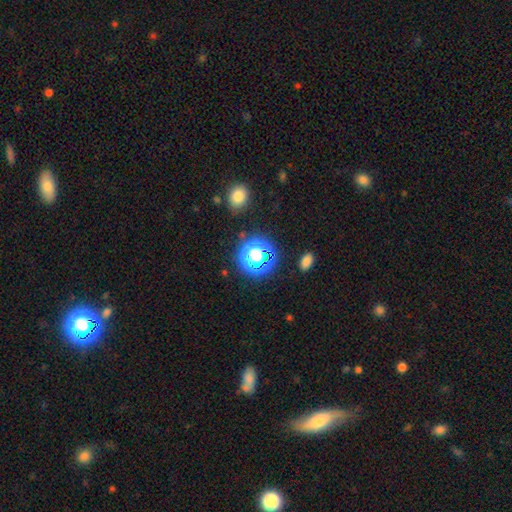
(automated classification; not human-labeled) This is possibly a star or artifact rather than a galaxy (52%).